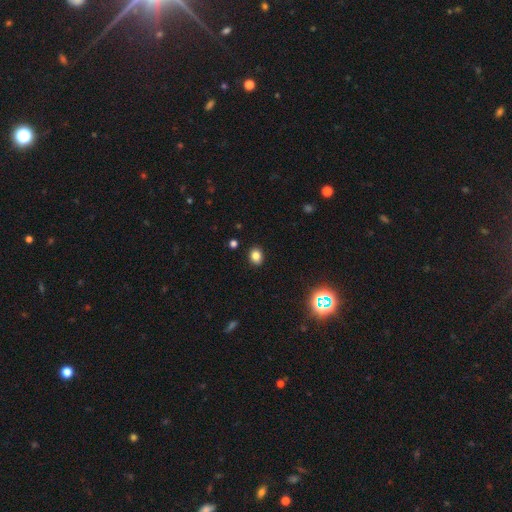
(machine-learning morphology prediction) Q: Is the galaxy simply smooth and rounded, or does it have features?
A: smooth — 82%.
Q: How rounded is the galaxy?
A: in between — 51%.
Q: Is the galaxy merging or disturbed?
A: none — 89%.